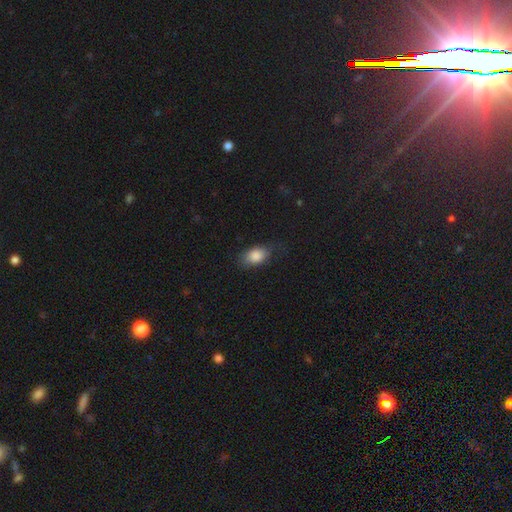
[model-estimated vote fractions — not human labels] A smooth galaxy with no disk features (86%) that is in between round and cigar-shaped (86%).

Vote fractions:
- Smooth or featured? smooth: 86% / star or artifact: 7% / featured or disk: 7%
- How rounded? in between: 86% / round: 12% / cigar-shaped: 2%
- Merging? none: 68% / minor disturbance: 23% / major disturbance: 8% / merger: 1%